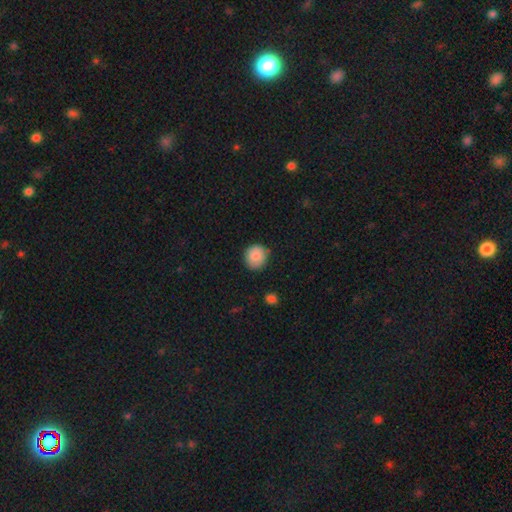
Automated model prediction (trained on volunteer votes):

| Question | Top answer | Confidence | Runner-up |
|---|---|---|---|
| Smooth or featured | smooth | 85% | star or artifact (8%) |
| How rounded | round | 85% | in between (14%) |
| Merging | none | 82% | minor disturbance (14%) |